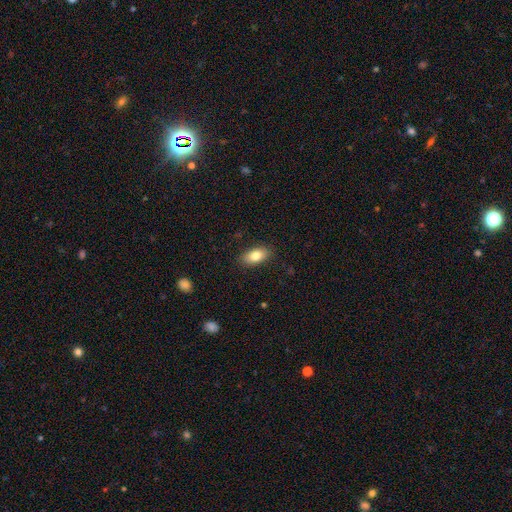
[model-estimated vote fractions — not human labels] The model was most divided on "smooth or featured": smooth: 80%, featured or disk: 12%, star or artifact: 8%. More confident: how rounded — in between (90%); merging — none (88%).